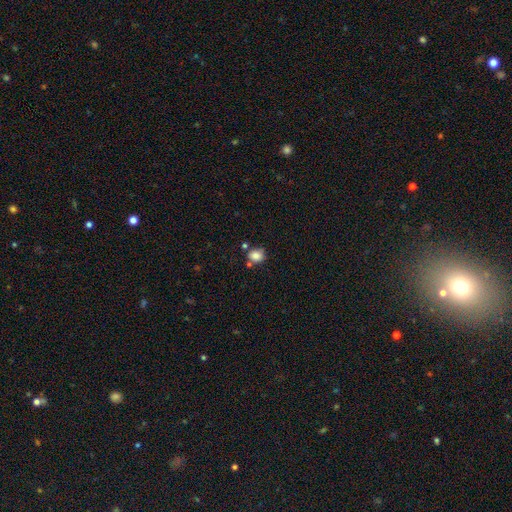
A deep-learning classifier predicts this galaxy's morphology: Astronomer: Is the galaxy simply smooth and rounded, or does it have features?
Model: smooth — 84%.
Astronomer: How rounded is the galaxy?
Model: round — 69%.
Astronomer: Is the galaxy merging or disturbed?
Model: none — 65%.